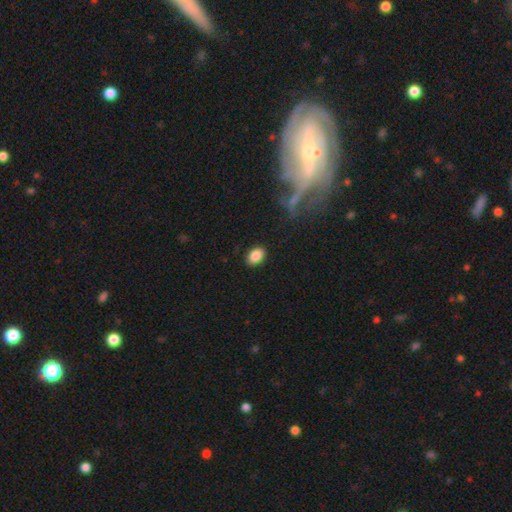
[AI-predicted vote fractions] This is clearly a smooth galaxy (87%). How rounded: clearly in between (83%). Merging: clearly none (88%).